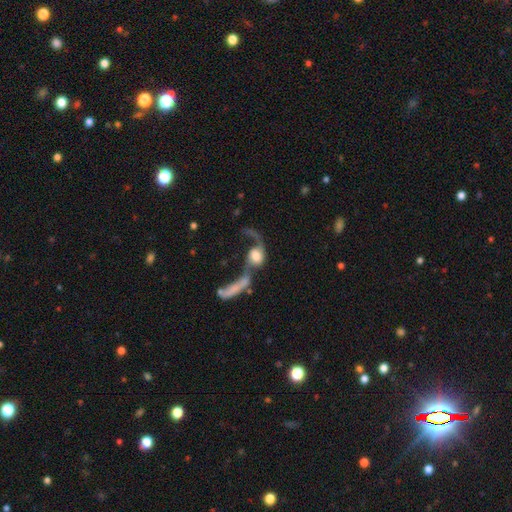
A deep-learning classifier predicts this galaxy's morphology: Smooth or featured: featured or disk — 54% (smooth — 36%)
Edge-on disk: no — 90% (yes — 10%)
Merging: merger — 57% (major disturbance — 22%)